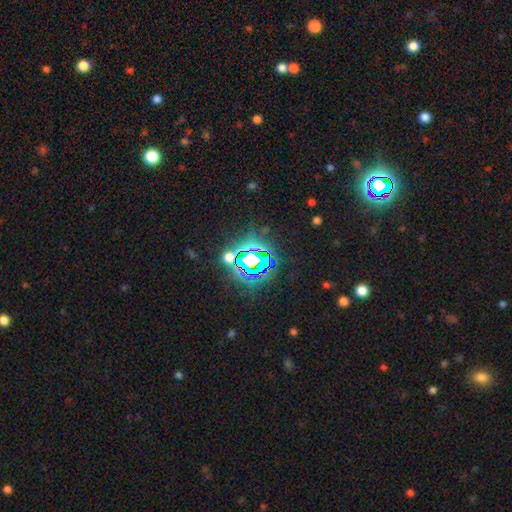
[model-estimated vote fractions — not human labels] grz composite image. It shows a star or artifact, not a galaxy (78%).